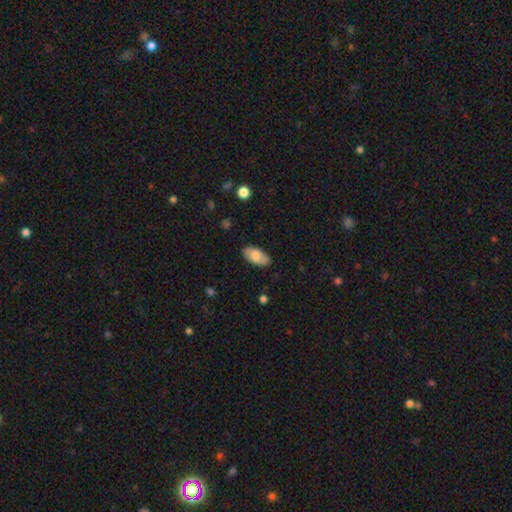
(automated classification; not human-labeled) Morphology: type=smooth (73%); roundness=in between (93%); merging=none (83%).